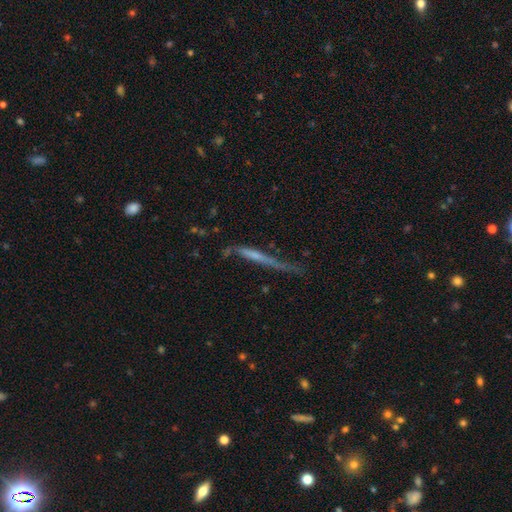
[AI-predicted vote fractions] featured or disk 52%, smooth 40%, star or artifact 9%. Down the decision tree: edge-on disk — yes (85%); merging — none (46%).